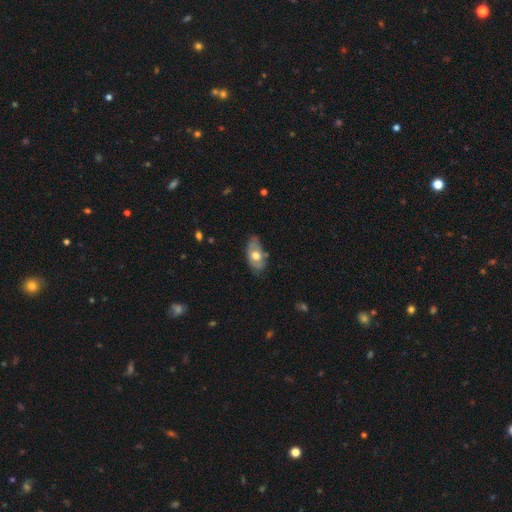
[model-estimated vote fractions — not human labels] A smooth galaxy with no disk features (54%) that is in between round and cigar-shaped (90%). Merging: none (61%).